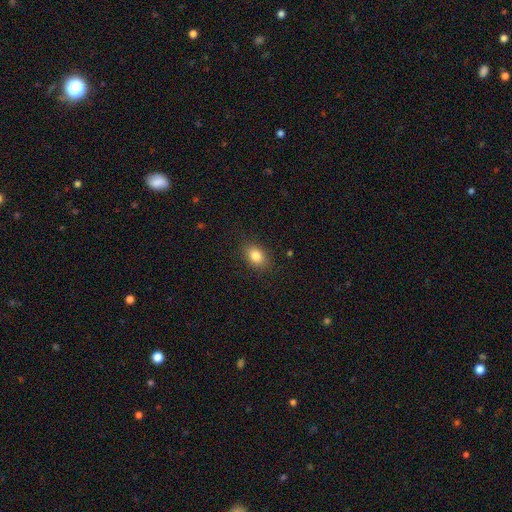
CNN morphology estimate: smooth 84%, star or artifact 10%, featured or disk 7%. Down the decision tree: how rounded — in between (76%); merging — none (86%).